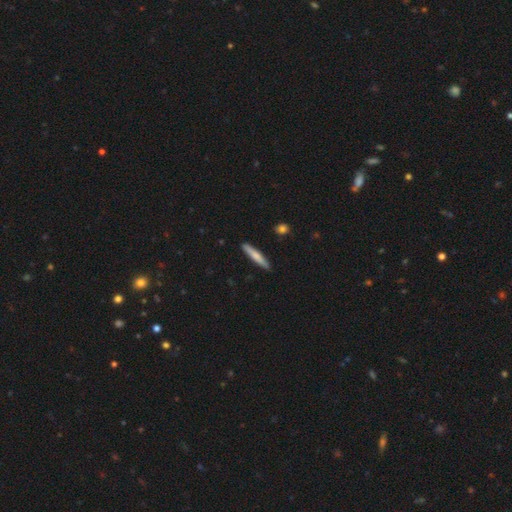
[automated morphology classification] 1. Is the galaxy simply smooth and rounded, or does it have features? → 70% smooth, 25% featured or disk, 5% star or artifact.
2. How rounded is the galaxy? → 92% cigar-shaped, 7% in between, 1% round.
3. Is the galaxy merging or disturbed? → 89% none, 8% minor disturbance, 1% major disturbance, 1% merger.